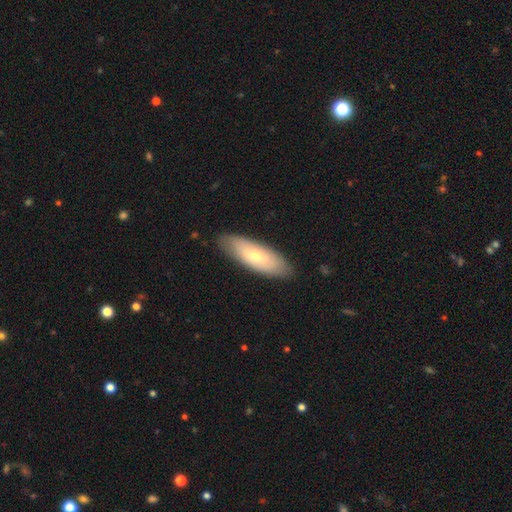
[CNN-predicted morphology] smooth_or_featured: smooth (p=0.56) [alt: featured or disk p=0.38]
how_rounded: in between (p=0.65) [alt: cigar-shaped p=0.33]
merging: none (p=0.86) [alt: minor disturbance p=0.11]